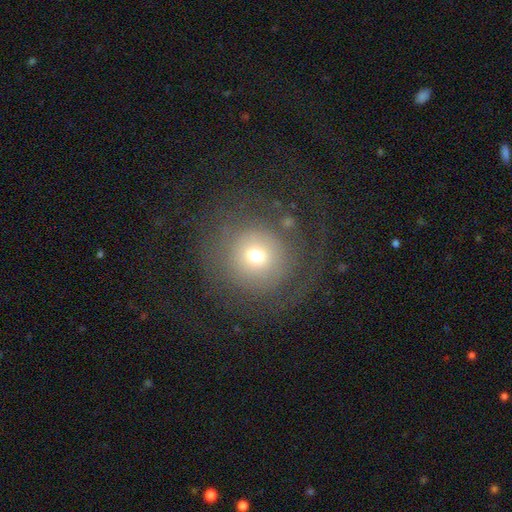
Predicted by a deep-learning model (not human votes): Smooth or featured?
  - smooth: 57% *
  - featured or disk: 27%
  - star or artifact: 16%
How rounded?
  - round: 92% *
  - in between: 7%
  - cigar-shaped: 1%
Merging?
  - none: 62% *
  - major disturbance: 21%
  - minor disturbance: 14%
  - merger: 2%